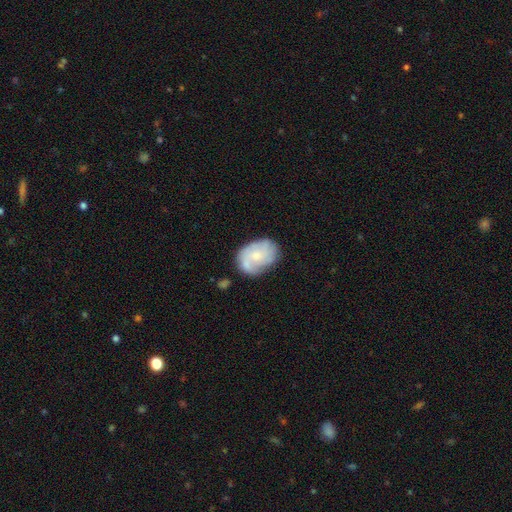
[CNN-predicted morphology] Q: Smooth or featured?
A: featured or disk (56%); runner-up: smooth (37%)
Q: Edge-on disk?
A: no (97%); runner-up: yes (3%)
Q: Bar?
A: no (77%); runner-up: weak (21%)
Q: Spiral arms?
A: yes (75%); runner-up: no (25%)
Q: Bulge size?
A: small (47%); runner-up: moderate (41%)
Q: Merging?
A: none (61%); runner-up: minor disturbance (24%)